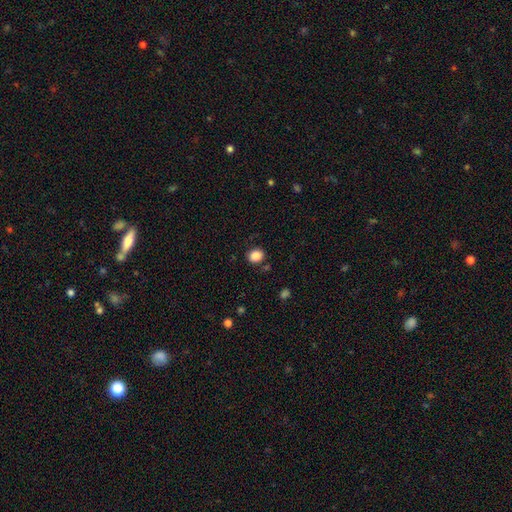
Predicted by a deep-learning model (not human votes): Smooth or featured? smooth (87%)
How rounded? round (62%)
Merging? none (82%)